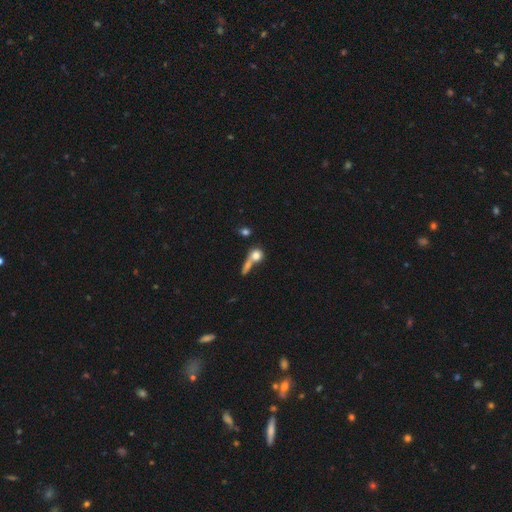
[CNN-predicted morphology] smooth_or_featured: smooth (p=0.74) [alt: featured or disk p=0.15]
how_rounded: round (p=0.74) [alt: in between p=0.19]
merging: merger (p=0.44) [alt: none p=0.37]